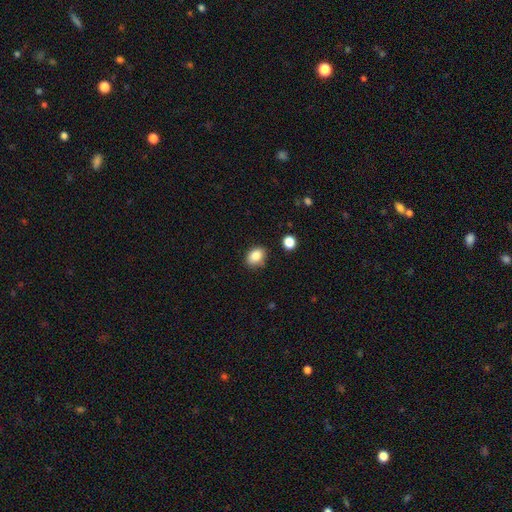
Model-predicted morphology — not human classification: Smooth or featured? Predicted: smooth (p=0.86). How rounded? Predicted: in between (p=0.66). Merging? Predicted: none (p=0.78).